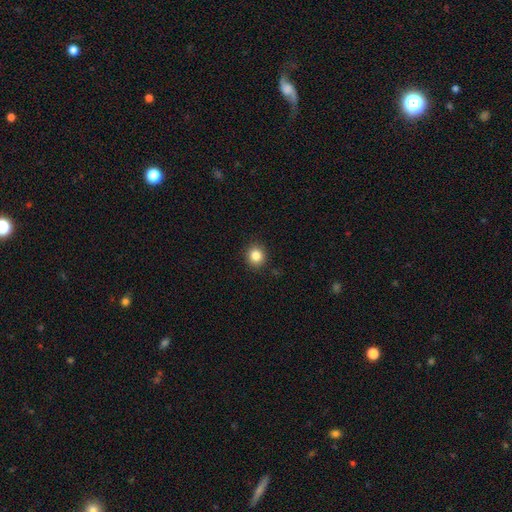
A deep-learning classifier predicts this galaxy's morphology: Smooth or featured: smooth — 85% (star or artifact — 11%)
How rounded: round — 85% (in between — 14%)
Merging: none — 90% (minor disturbance — 7%)